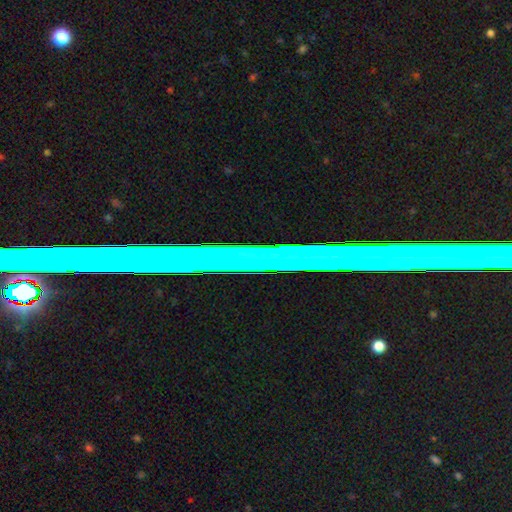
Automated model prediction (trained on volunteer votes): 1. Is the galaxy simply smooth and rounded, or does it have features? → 51% featured or disk, 31% star or artifact, 17% smooth.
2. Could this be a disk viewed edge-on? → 69% yes, 31% no.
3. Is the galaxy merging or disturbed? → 86% none, 9% minor disturbance, 2% major disturbance, 2% merger.